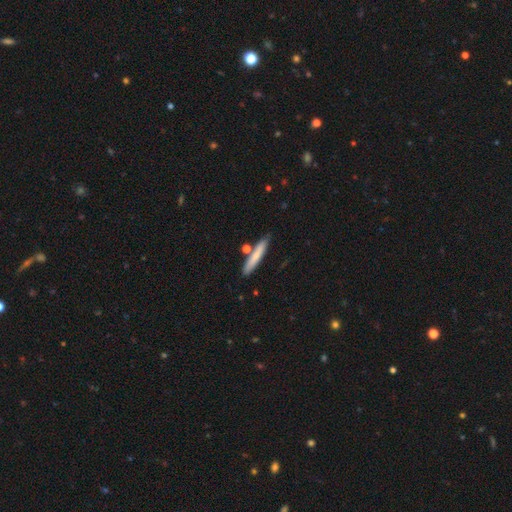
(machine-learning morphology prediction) smooth_or_featured: smooth (p=0.74) [alt: featured or disk p=0.20]
how_rounded: cigar-shaped (p=0.91) [alt: in between p=0.07]
merging: none (p=0.78) [alt: minor disturbance p=0.11]